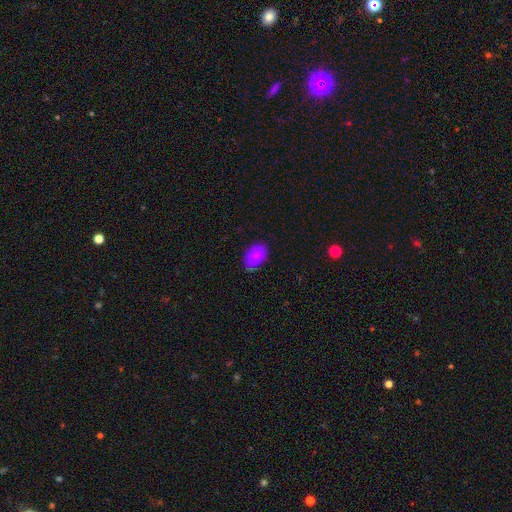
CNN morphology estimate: Smooth or featured?
  - smooth: 77% *
  - featured or disk: 13%
  - star or artifact: 10%
How rounded?
  - in between: 88% *
  - round: 10%
  - cigar-shaped: 1%
Merging?
  - none: 72% *
  - minor disturbance: 22%
  - major disturbance: 5%
  - merger: 1%